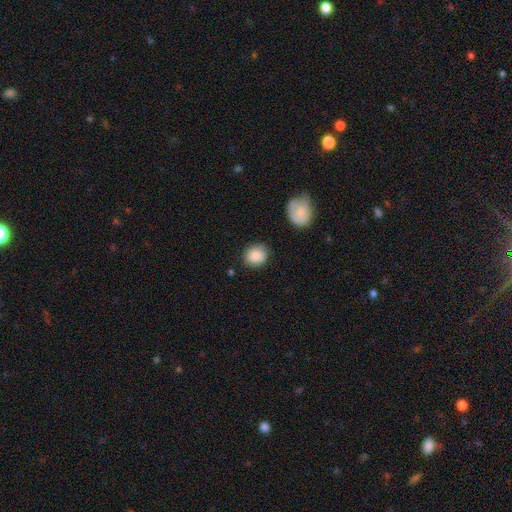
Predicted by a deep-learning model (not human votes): smooth 88%, star or artifact 7%, featured or disk 5%. Down the decision tree: how rounded — round (74%); merging — none (80%).